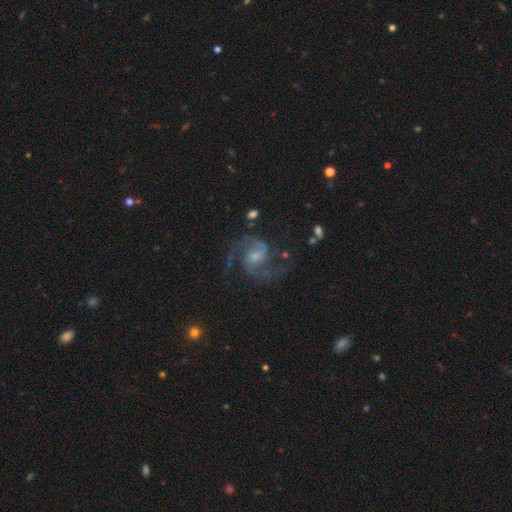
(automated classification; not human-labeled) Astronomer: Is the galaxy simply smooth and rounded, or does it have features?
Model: featured or disk — 89%.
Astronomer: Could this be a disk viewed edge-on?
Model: no — 98%.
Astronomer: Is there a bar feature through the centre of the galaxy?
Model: weak — 48% (runner-up: no, 40%).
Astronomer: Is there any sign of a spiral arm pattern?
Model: yes — 98%.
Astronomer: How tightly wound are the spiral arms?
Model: medium — 62%.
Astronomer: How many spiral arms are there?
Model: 2 — 90%.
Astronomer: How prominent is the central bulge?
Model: small — 49% (runner-up: moderate, 35%).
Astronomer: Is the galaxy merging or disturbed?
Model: none — 73%.